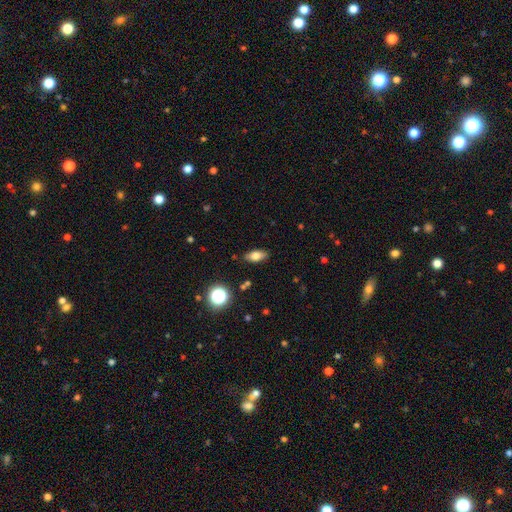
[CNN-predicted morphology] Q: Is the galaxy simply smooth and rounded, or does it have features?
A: smooth — 75%.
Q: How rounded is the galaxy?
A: in between — 82%.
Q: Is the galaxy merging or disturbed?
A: none — 86%.